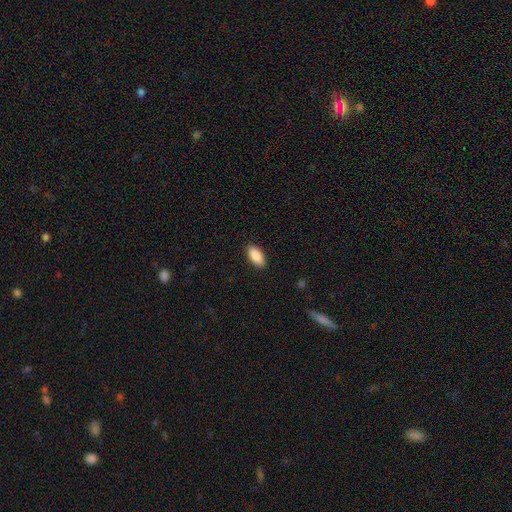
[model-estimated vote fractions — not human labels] A smooth galaxy with no disk features (89%) that is in between round and cigar-shaped (89%). Merging: none (89%).